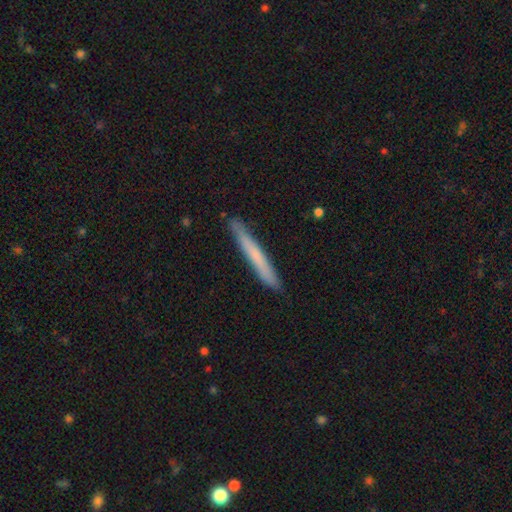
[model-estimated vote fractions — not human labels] A smooth galaxy with no disk features (64%) that is cigar-shaped (97%).

Vote fractions:
- Smooth or featured? smooth: 64% / featured or disk: 31% / star or artifact: 6%
- How rounded? cigar-shaped: 97% / in between: 2% / round: 1%
- Merging? none: 88% / minor disturbance: 9% / major disturbance: 1% / merger: 1%